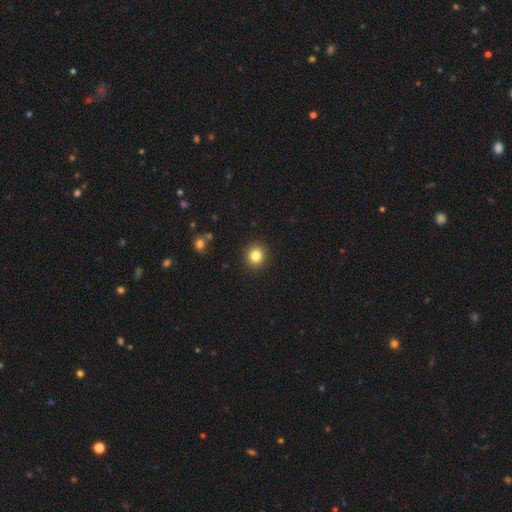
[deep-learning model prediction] Smooth or featured? Predicted: smooth (p=0.83). How rounded? Predicted: round (p=0.87). Merging? Predicted: none (p=0.91).